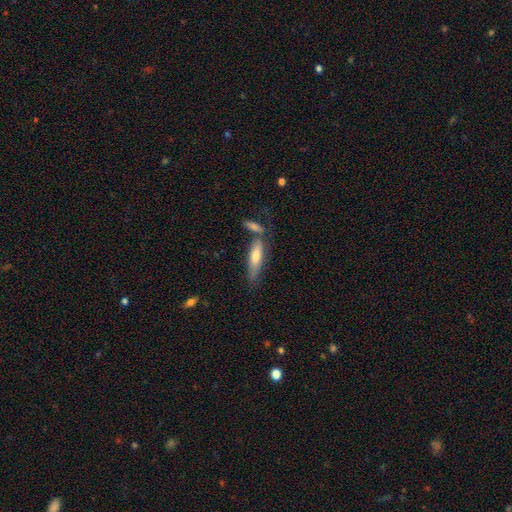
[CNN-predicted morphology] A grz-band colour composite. It shows a smooth galaxy with no disk features (60%) that is cigar-shaped (65%). Merging: none (57%).